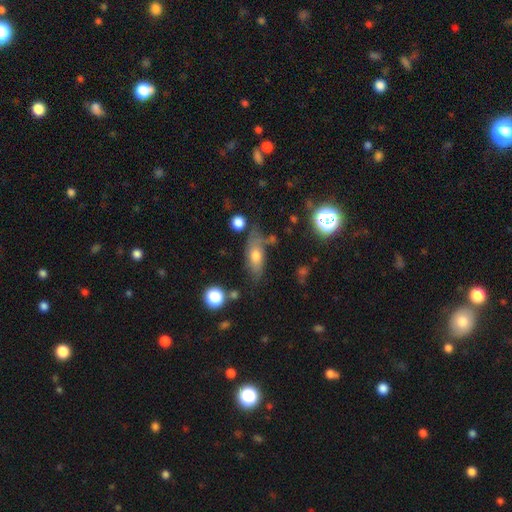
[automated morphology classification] The model was most divided on "merging": none: 54%, minor disturbance: 26%, major disturbance: 11%, merger: 9%. More confident: how rounded — in between (75%); smooth or featured — smooth (64%).